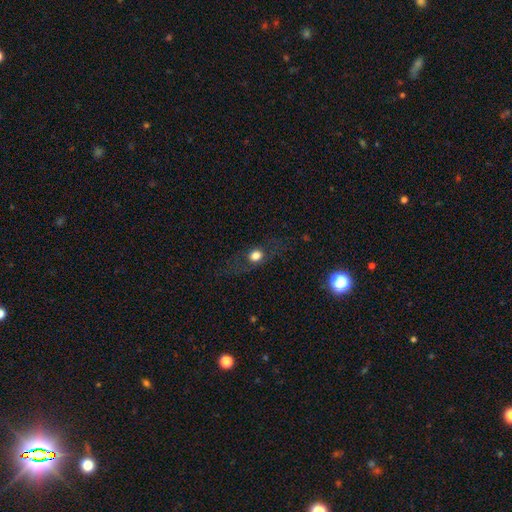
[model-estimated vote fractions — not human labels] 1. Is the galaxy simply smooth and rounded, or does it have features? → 59% smooth, 28% featured or disk, 14% star or artifact.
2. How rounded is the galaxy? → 48% round, 45% in between, 7% cigar-shaped.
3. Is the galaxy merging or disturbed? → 75% none, 13% minor disturbance, 10% major disturbance, 2% merger.